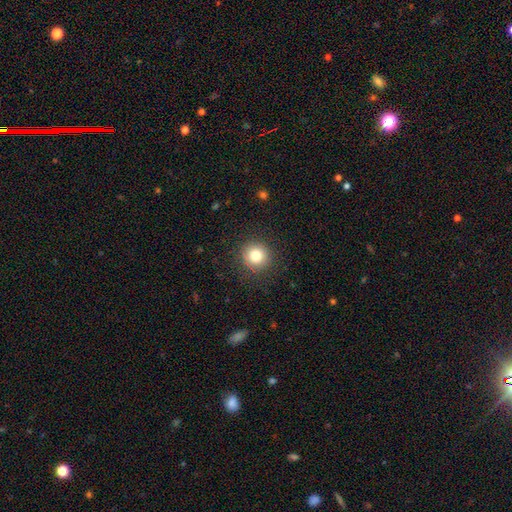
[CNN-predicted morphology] Smooth or featured? smooth (81%)
How rounded? round (94%)
Merging? none (90%)